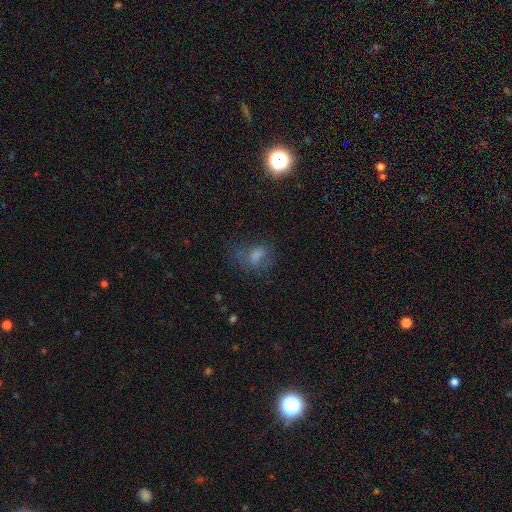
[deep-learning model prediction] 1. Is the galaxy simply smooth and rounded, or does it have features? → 58% smooth, 21% star or artifact, 21% featured or disk.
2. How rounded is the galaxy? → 66% in between, 31% round, 3% cigar-shaped.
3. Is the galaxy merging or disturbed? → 50% none, 24% major disturbance, 23% minor disturbance, 3% merger.